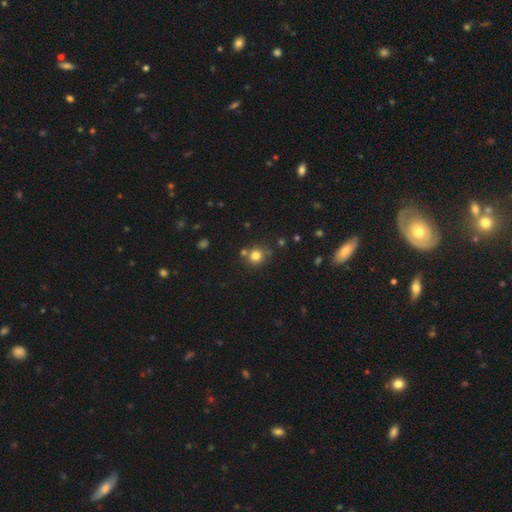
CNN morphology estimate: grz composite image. It shows a smooth galaxy with no disk features (79%) that is round (90%). Merging: none (73%).